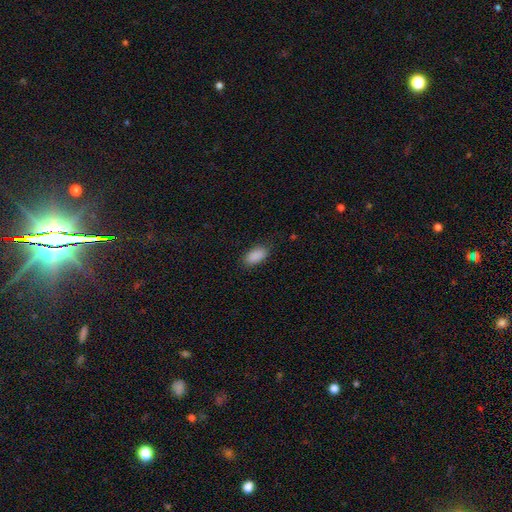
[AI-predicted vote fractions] A smooth galaxy with no disk features (89%) that is in between round and cigar-shaped (93%).

Vote fractions:
- Smooth or featured? smooth: 89% / star or artifact: 7% / featured or disk: 3%
- How rounded? in between: 93% / round: 4% / cigar-shaped: 3%
- Merging? none: 83% / minor disturbance: 13% / major disturbance: 3% / merger: 1%